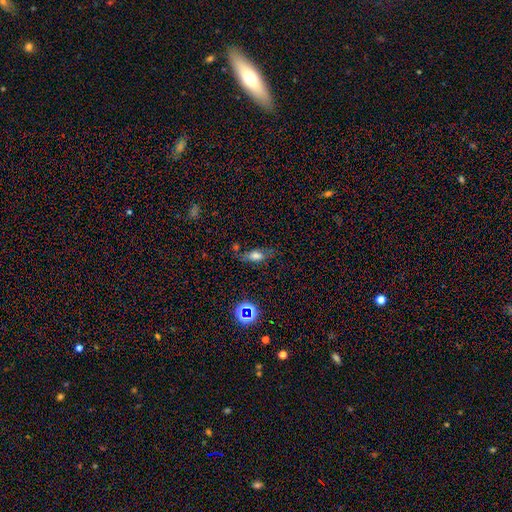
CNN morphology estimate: Smooth or featured: smooth — 62% (featured or disk — 21%)
How rounded: in between — 71% (cigar-shaped — 20%)
Merging: none — 62% (minor disturbance — 23%)